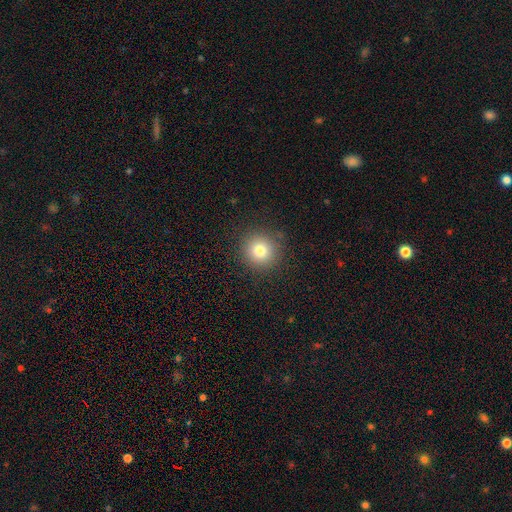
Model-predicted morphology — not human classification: Smooth or featured? smooth (73%)
How rounded? round (96%)
Merging? none (93%)